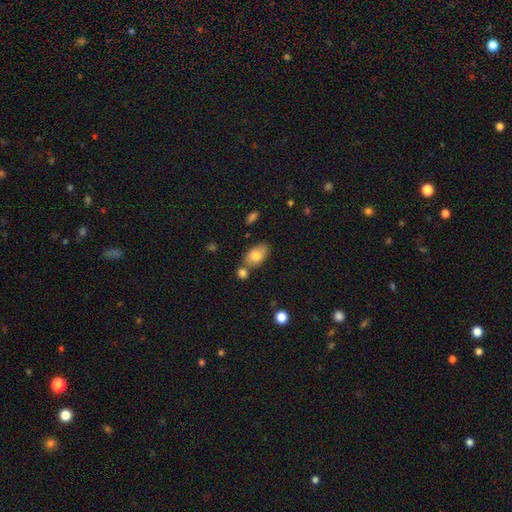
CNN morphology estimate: The model was most divided on "merging": none: 61%, merger: 19%, minor disturbance: 16%, major disturbance: 4%. More confident: how rounded — in between (89%); smooth or featured — smooth (79%).